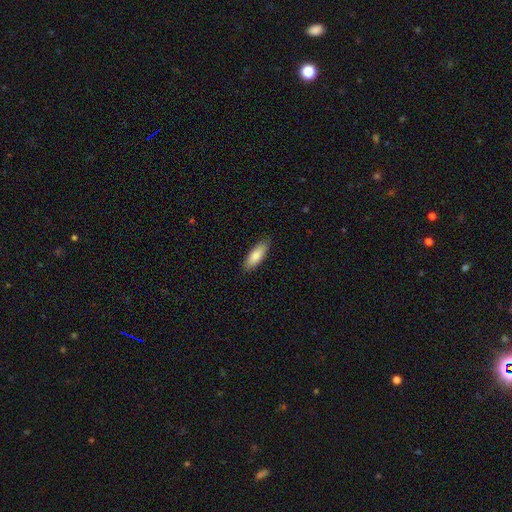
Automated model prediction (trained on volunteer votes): Smooth or featured?
  - smooth: 84% *
  - featured or disk: 11%
  - star or artifact: 6%
How rounded?
  - in between: 57% *
  - cigar-shaped: 42%
  - round: 2%
Merging?
  - none: 87% *
  - minor disturbance: 10%
  - major disturbance: 2%
  - merger: 1%